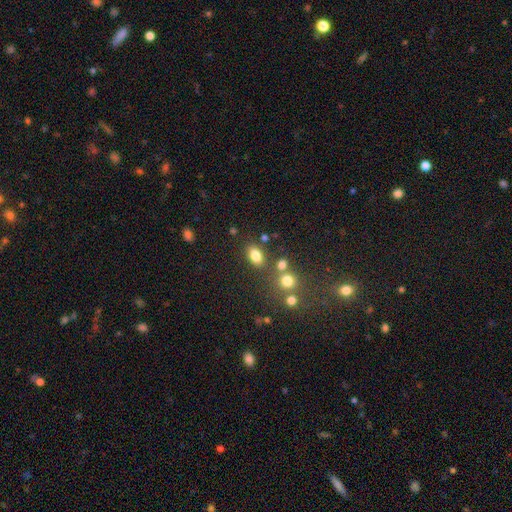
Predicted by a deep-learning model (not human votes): Smooth or featured? smooth (80%)
How rounded? in between (84%)
Merging? none (74%)